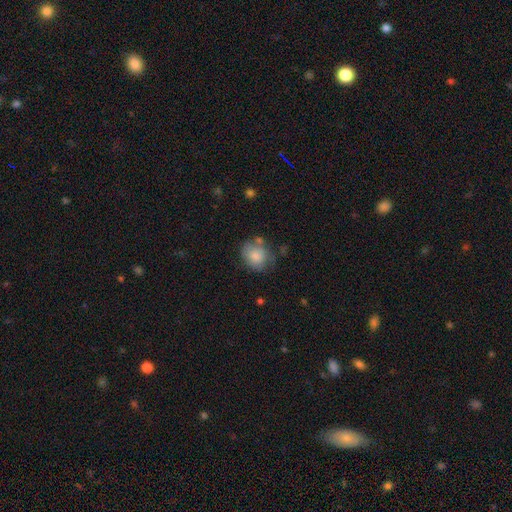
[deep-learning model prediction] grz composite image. It shows a smooth galaxy with no disk features (80%) that is round (67%). Merging: none (57%).